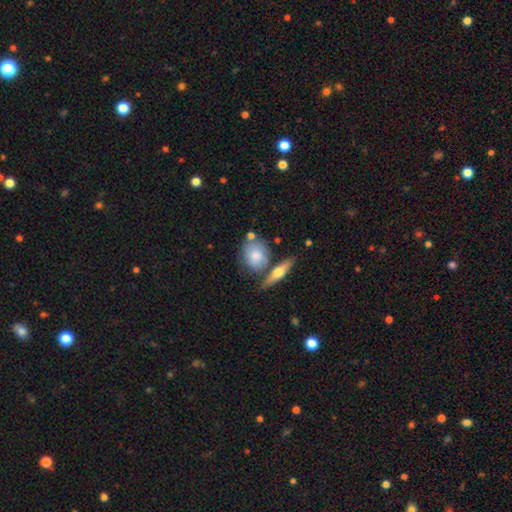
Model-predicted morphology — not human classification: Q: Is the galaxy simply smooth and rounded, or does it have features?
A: smooth — 69%.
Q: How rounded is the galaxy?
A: round — 50%.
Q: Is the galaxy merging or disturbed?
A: none — 55%.